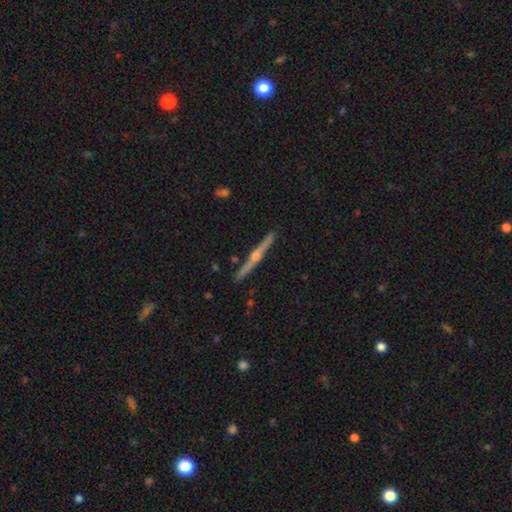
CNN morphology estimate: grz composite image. It shows a featured or disk galaxy (82%) viewed edge-on (99%) with a rounded central bulge (88%). Merging: none (92%).